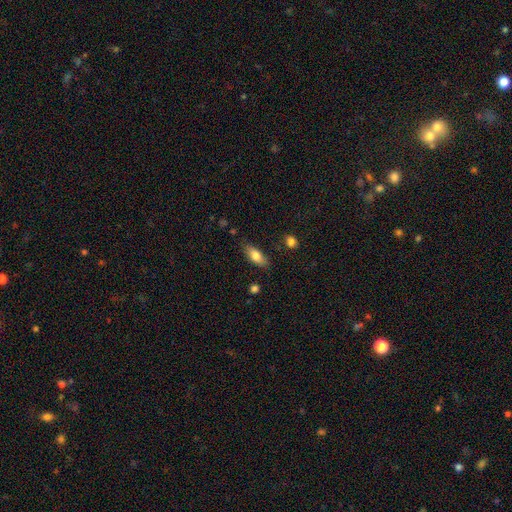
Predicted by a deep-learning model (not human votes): A smooth galaxy with no disk features (78%) that is in between round and cigar-shaped (78%).

Vote fractions:
- Smooth or featured? smooth: 78% / featured or disk: 15% / star or artifact: 7%
- How rounded? in between: 78% / cigar-shaped: 19% / round: 3%
- Merging? none: 80% / minor disturbance: 15% / major disturbance: 3% / merger: 2%